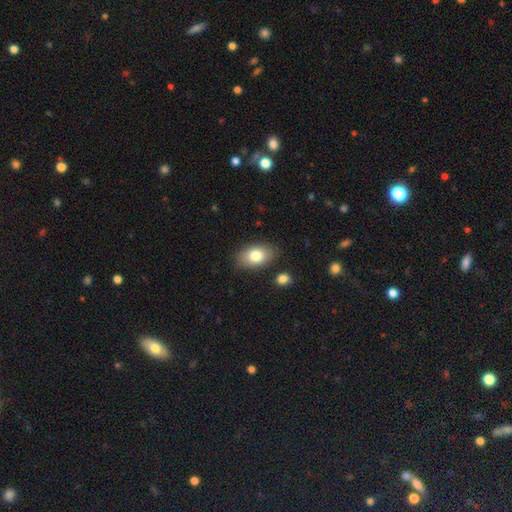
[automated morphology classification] The model was most divided on "smooth or featured": smooth: 80%, featured or disk: 13%, star or artifact: 7%. More confident: how rounded — in between (89%); merging — none (83%).